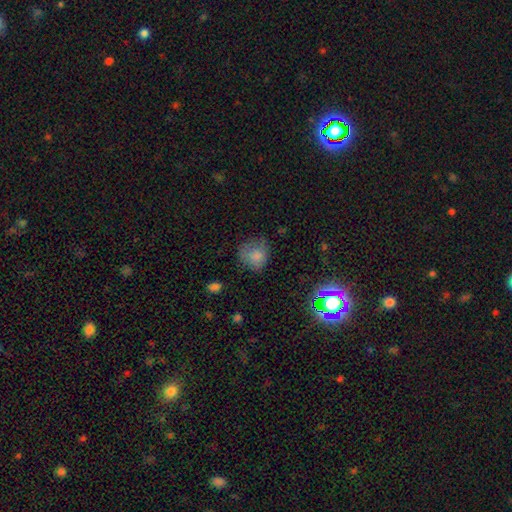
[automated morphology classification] Smooth or featured: smooth — 77% (star or artifact — 12%)
How rounded: round — 76% (in between — 23%)
Merging: none — 54% (minor disturbance — 30%)